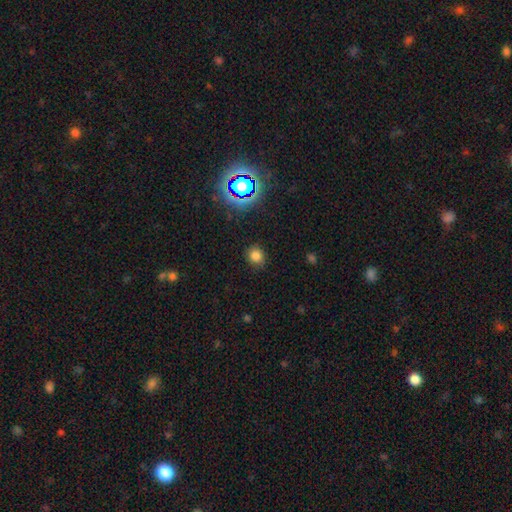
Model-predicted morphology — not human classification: type=smooth (77%); roundness=round (81%); merging=none (85%).